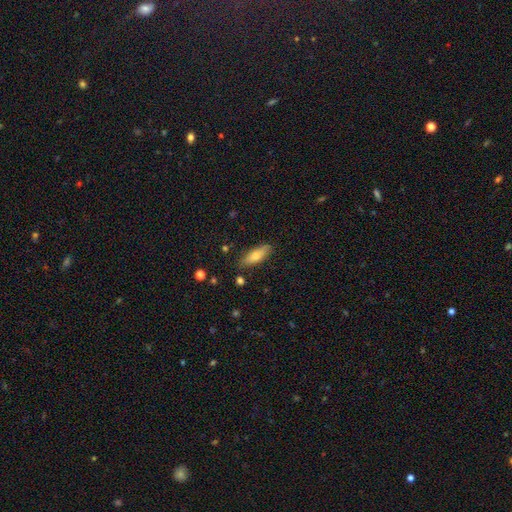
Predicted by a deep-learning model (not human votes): Smooth or featured? smooth (71%)
How rounded? in between (62%)
Merging? none (83%)